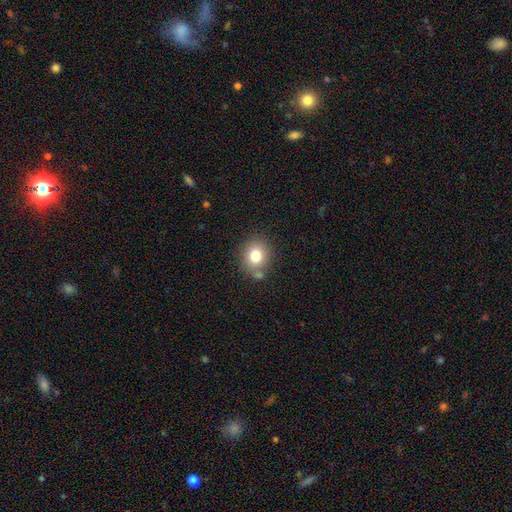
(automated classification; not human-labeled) This is likely a smooth galaxy (78%). How rounded: likely round (71%). Merging: likely none (74%).